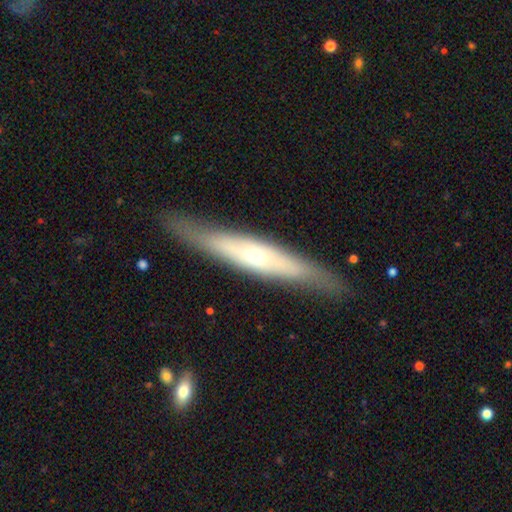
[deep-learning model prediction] The model was most divided on "smooth or featured": featured or disk: 61%, smooth: 33%, star or artifact: 6%. More confident: merging — none (84%); edge-on disk — yes (75%).